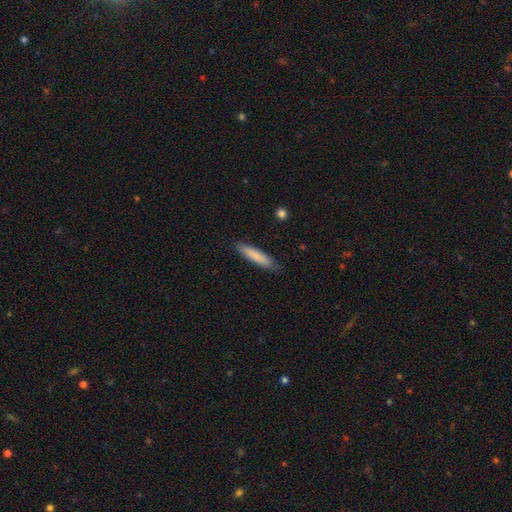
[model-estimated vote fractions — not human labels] Morphology: type=smooth (81%); roundness=cigar-shaped (84%); merging=none (83%).